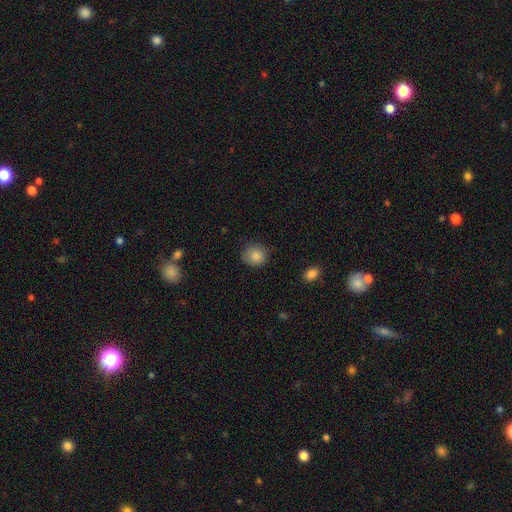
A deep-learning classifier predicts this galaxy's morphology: type=smooth (85%); roundness=round (86%); merging=none (77%).